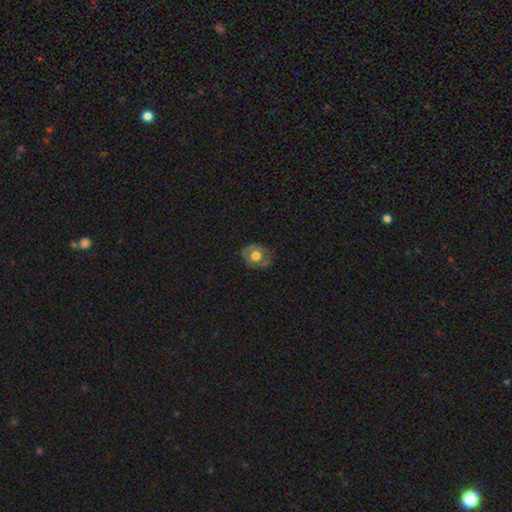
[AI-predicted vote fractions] Morphology: type=smooth (50%); merging=none (74%).